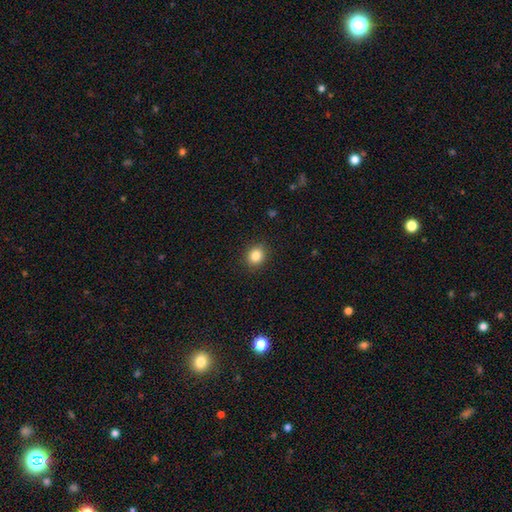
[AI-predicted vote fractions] Overall: smooth (85%). How rounded: round (72%). Merging: none (90%).